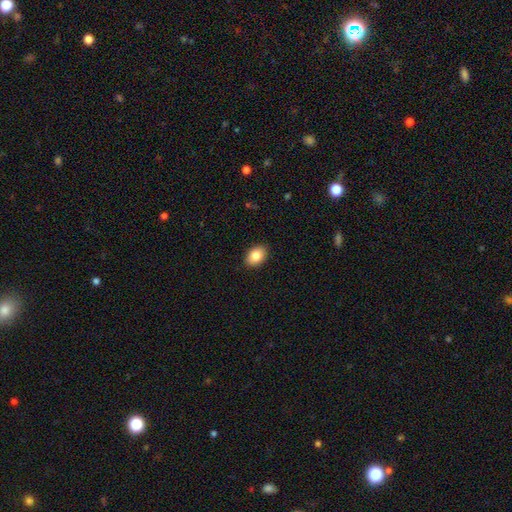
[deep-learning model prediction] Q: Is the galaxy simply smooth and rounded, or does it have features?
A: smooth — 85%.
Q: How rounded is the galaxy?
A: in between — 81%.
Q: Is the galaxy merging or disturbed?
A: none — 89%.